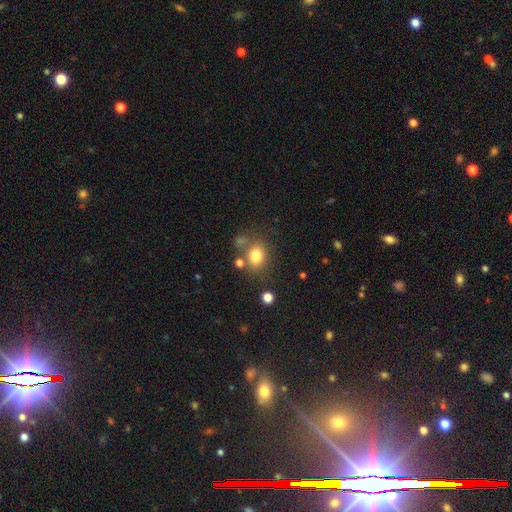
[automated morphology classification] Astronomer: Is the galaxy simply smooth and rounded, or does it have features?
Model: smooth — 78%.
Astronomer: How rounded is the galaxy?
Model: round — 58% (runner-up: in between, 41%).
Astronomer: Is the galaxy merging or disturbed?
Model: none — 69%.